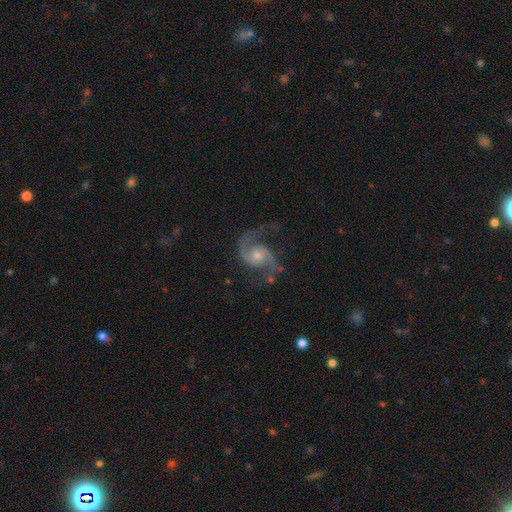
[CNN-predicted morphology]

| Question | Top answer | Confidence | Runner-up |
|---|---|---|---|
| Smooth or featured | featured or disk | 92% | star or artifact (5%) |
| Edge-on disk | no | 98% | yes (2%) |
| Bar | no | 62% | weak (31%) |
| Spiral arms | yes | 98% | no (2%) |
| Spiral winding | medium | 59% | loose (29%) |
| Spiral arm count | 2 | 93% | 1 (2%) |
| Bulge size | small | 50% | moderate (43%) |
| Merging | none | 74% | minor disturbance (15%) |